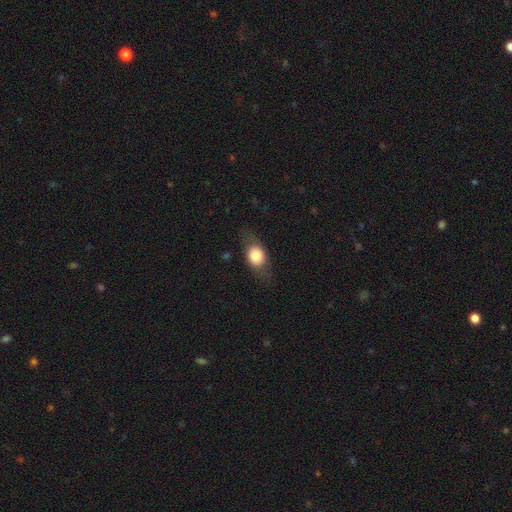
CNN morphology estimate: smooth-or-featured: smooth: 66% | featured or disk: 26% | star or artifact: 8%
  how-rounded: in between: 58% | round: 36% | cigar-shaped: 6%
  merging: none: 73% | minor disturbance: 17% | major disturbance: 9% | merger: 1%